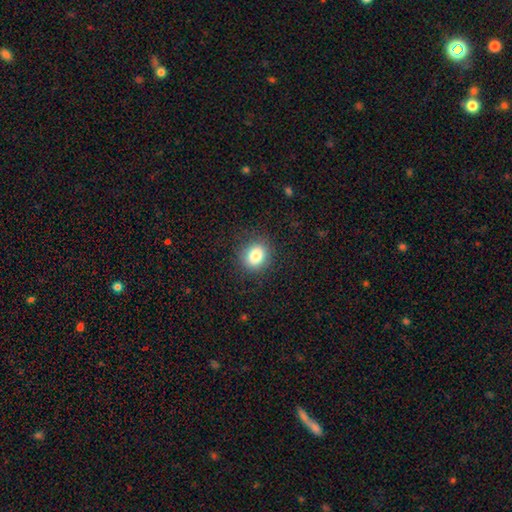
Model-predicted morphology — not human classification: Q: Smooth or featured?
A: smooth (83%); runner-up: star or artifact (10%)
Q: How rounded?
A: round (69%); runner-up: in between (30%)
Q: Merging?
A: none (87%); runner-up: minor disturbance (9%)